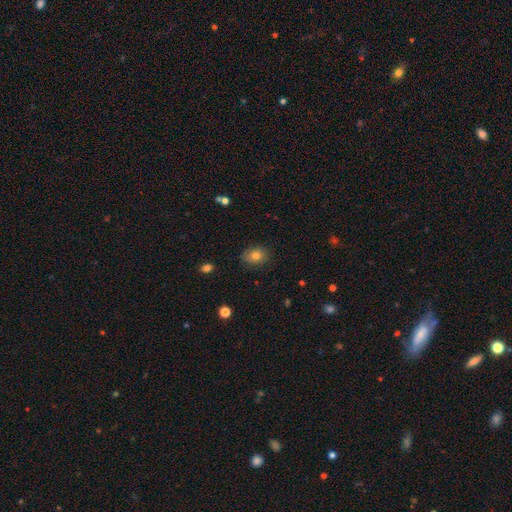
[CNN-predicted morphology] This is likely a smooth galaxy (78%). How rounded: likely in between (62%). Merging: clearly none (82%).